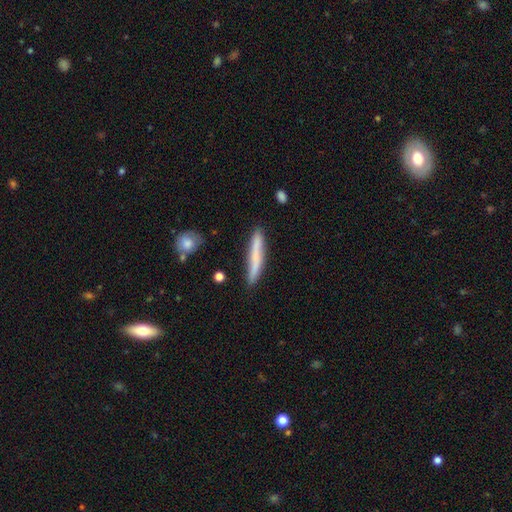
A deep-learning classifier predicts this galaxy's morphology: smooth_or_featured: smooth (p=0.66) [alt: featured or disk p=0.27]
how_rounded: cigar-shaped (p=0.95) [alt: in between p=0.04]
merging: none (p=0.84) [alt: minor disturbance p=0.12]